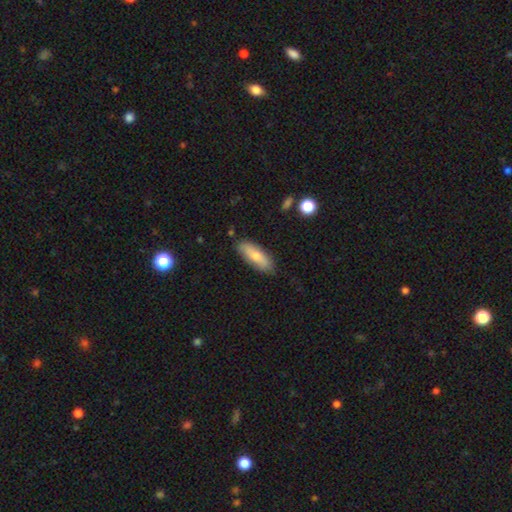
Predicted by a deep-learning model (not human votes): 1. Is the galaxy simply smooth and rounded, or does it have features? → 71% smooth, 23% featured or disk, 6% star or artifact.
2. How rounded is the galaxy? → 60% in between, 37% cigar-shaped, 2% round.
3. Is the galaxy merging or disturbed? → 81% none, 15% minor disturbance, 3% major disturbance, 2% merger.